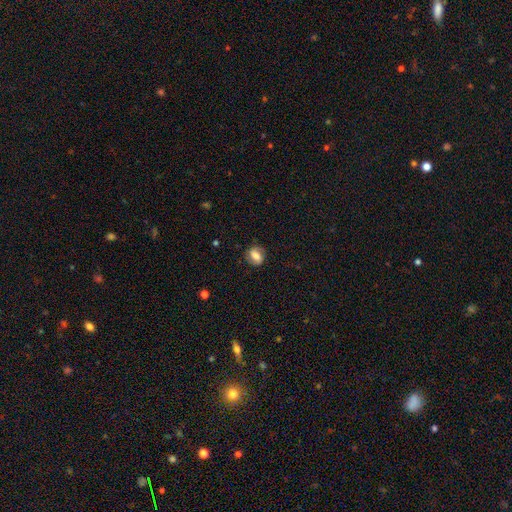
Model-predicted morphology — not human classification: This appears to be a smooth galaxy with no disk features (58%) that is in between round and cigar-shaped (51%). Merging: none (80%).